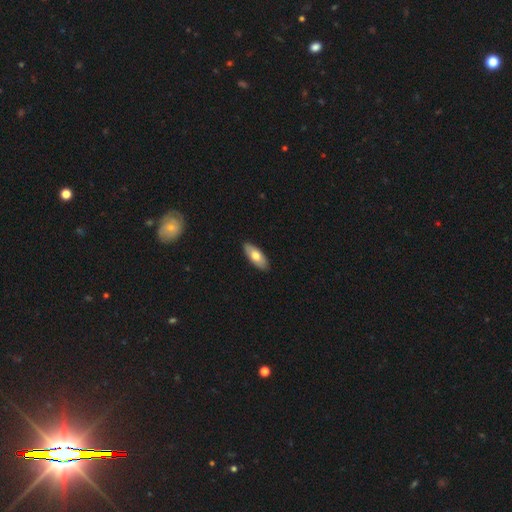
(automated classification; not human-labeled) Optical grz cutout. It shows a smooth galaxy with no disk features (71%) that is in between round and cigar-shaped (82%). Merging: none (89%).